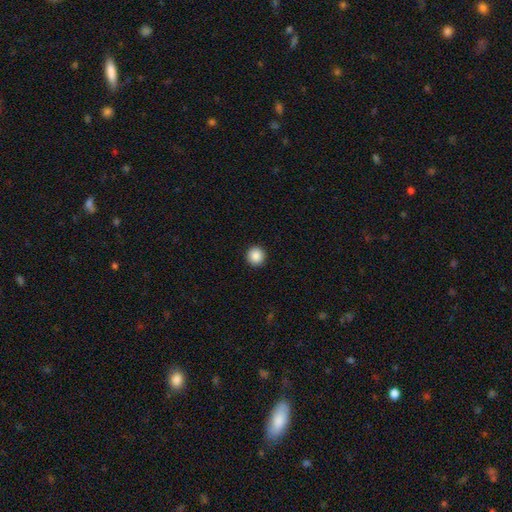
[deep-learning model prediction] Q: Smooth or featured?
A: smooth (88%); runner-up: star or artifact (9%)
Q: How rounded?
A: round (94%); runner-up: in between (5%)
Q: Merging?
A: none (93%); runner-up: minor disturbance (4%)